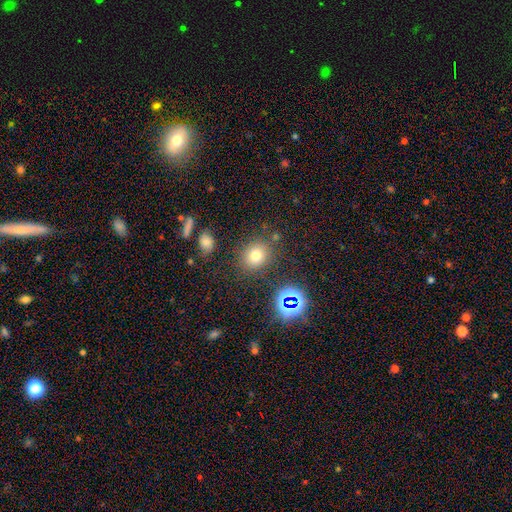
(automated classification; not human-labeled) This is likely a smooth galaxy (71%). How rounded: likely round (71%). Merging: clearly none (81%).